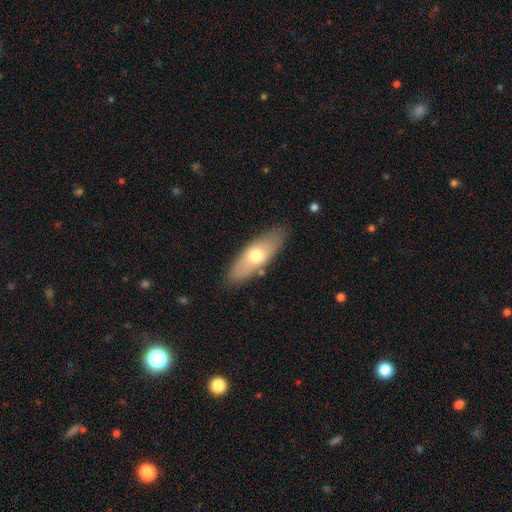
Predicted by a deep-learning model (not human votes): Smooth or featured: smooth — 62% (featured or disk — 32%)
How rounded: in between — 67% (cigar-shaped — 30%)
Merging: none — 84% (minor disturbance — 11%)